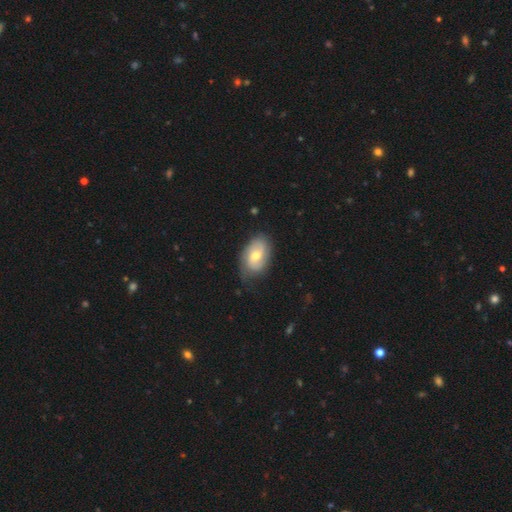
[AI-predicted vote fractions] Smooth or featured? Predicted: featured or disk (p=0.56). Edge-on disk? Predicted: no (p=0.95). Bar? Predicted: no (p=0.53). Spiral arms? Predicted: yes (p=0.83). Bulge size? Predicted: moderate (p=0.68). Merging? Predicted: none (p=0.68).